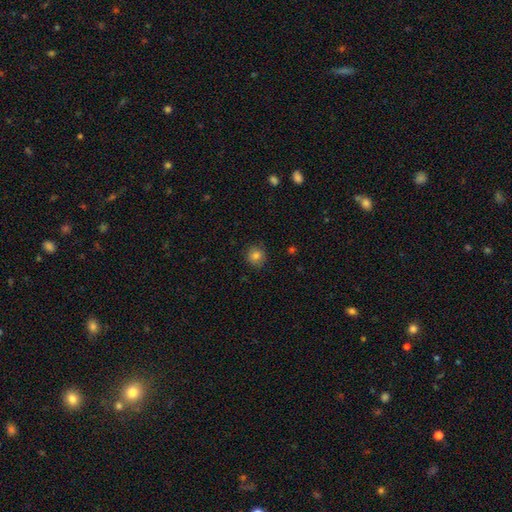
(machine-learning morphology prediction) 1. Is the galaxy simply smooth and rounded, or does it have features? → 83% smooth, 11% star or artifact, 6% featured or disk.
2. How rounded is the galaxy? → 88% round, 11% in between, 1% cigar-shaped.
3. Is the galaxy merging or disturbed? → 87% none, 10% minor disturbance, 2% major disturbance, 1% merger.